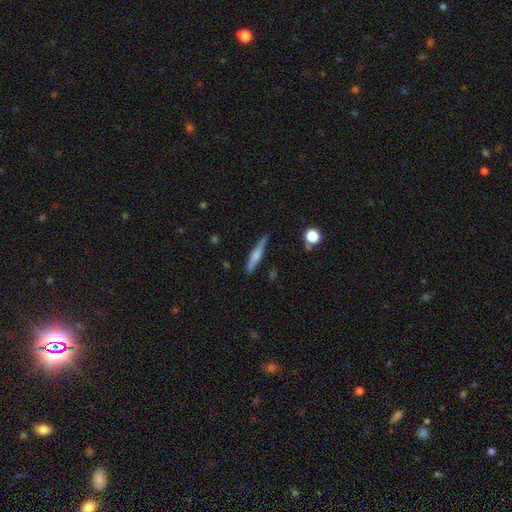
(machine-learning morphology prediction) smooth 52%, featured or disk 42%, star or artifact 7%. Down the decision tree: how rounded — cigar-shaped (90%); merging — none (82%).